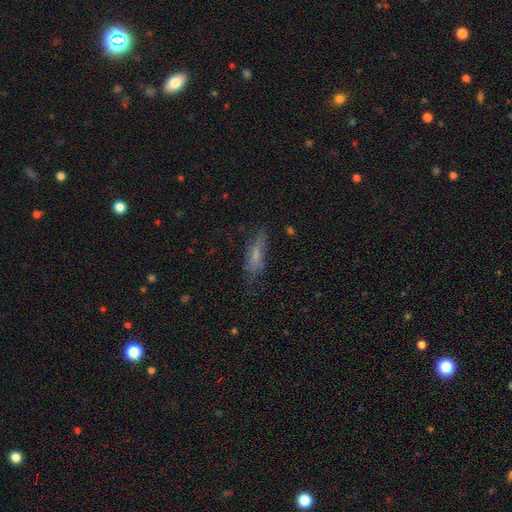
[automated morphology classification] Q: Smooth or featured?
A: smooth (56%); runner-up: featured or disk (33%)
Q: How rounded?
A: cigar-shaped (58%); runner-up: in between (39%)
Q: Merging?
A: none (60%); runner-up: minor disturbance (26%)